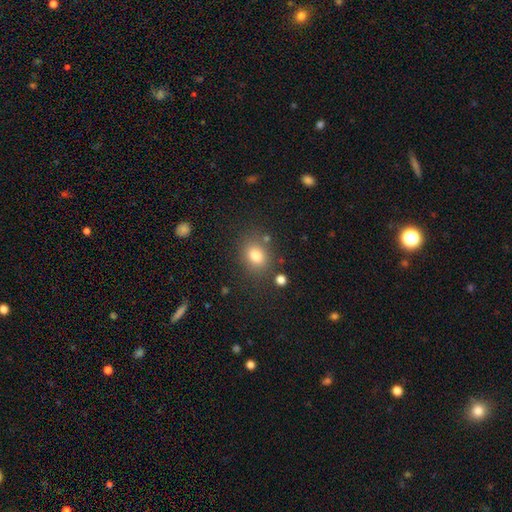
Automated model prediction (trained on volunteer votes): Smooth or featured: smooth — 80% (star or artifact — 12%)
How rounded: round — 50% (in between — 48%)
Merging: none — 77% (minor disturbance — 13%)